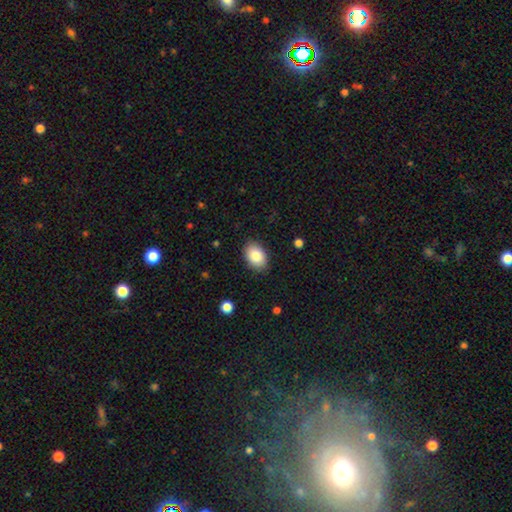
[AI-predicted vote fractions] Smooth or featured? Predicted: smooth (p=0.86). How rounded? Predicted: in between (p=0.84). Merging? Predicted: none (p=0.87).